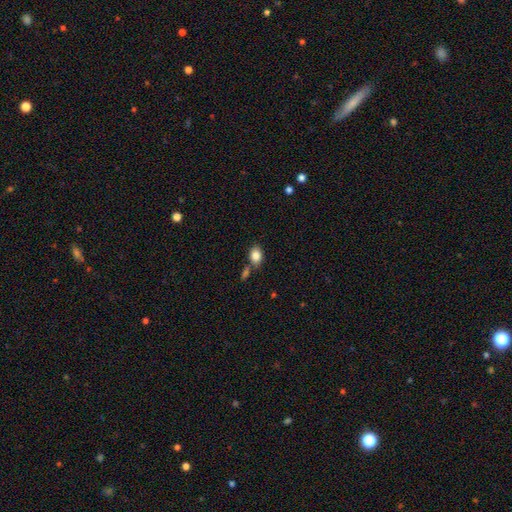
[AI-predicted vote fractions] Overall: smooth (85%). How rounded: in between (76%). Merging: none (64%).